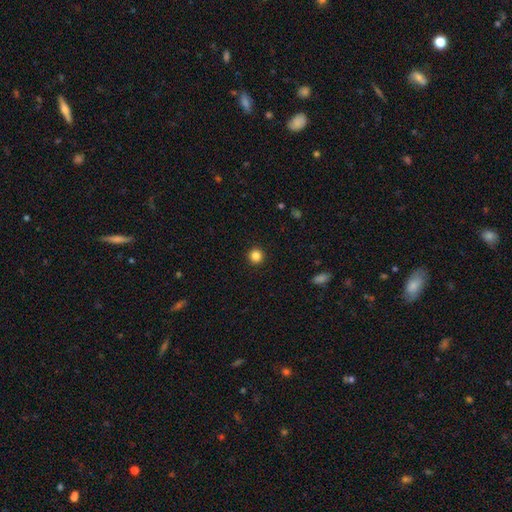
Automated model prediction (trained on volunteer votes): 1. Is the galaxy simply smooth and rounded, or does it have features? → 85% smooth, 11% star or artifact, 4% featured or disk.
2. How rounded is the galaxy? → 95% round, 4% in between, 1% cigar-shaped.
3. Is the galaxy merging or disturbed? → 93% none, 4% minor disturbance, 2% major disturbance, 1% merger.